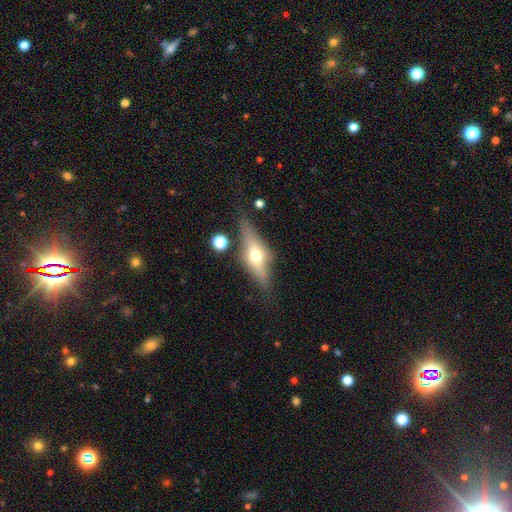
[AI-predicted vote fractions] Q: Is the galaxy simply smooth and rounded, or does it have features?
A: featured or disk — 55%.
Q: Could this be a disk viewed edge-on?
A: yes — 87%.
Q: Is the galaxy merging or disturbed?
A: none — 75%.